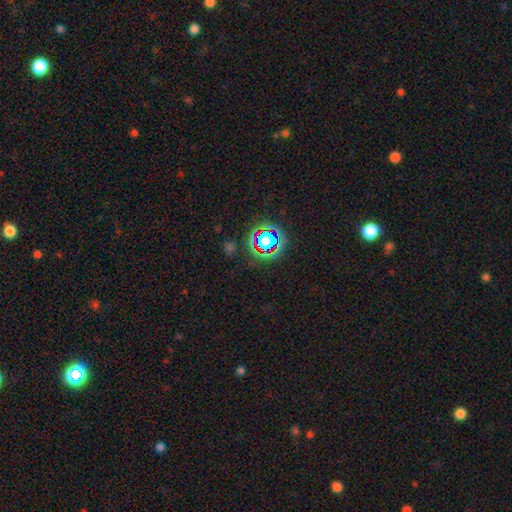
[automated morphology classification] star or artifact 78%, smooth 14%, featured or disk 8%.